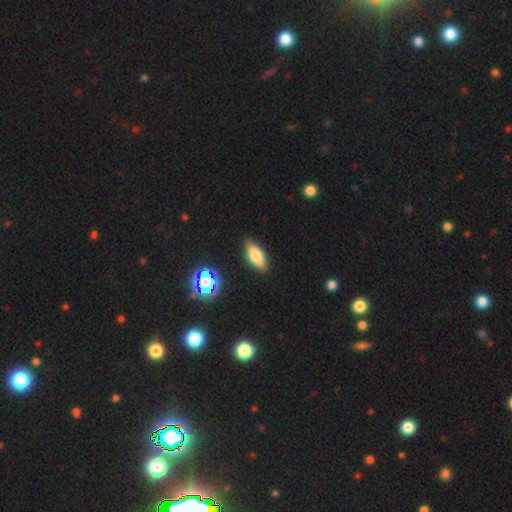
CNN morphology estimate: Smooth or featured?
  - smooth: 64% *
  - featured or disk: 26%
  - star or artifact: 10%
How rounded?
  - in between: 66% *
  - cigar-shaped: 30%
  - round: 3%
Merging?
  - none: 87% *
  - minor disturbance: 10%
  - major disturbance: 2%
  - merger: 1%